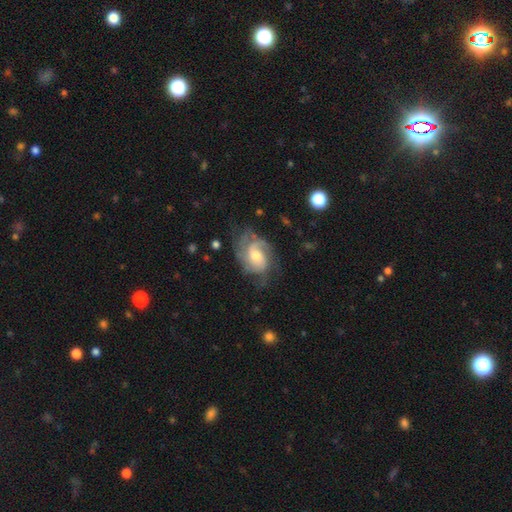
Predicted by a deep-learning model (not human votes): A featured or disk galaxy (84%) with no bar (59%), 2 (32%) tight (44%) spiral arms (96%) and a moderate central bulge (60%). Merging: none (63%).